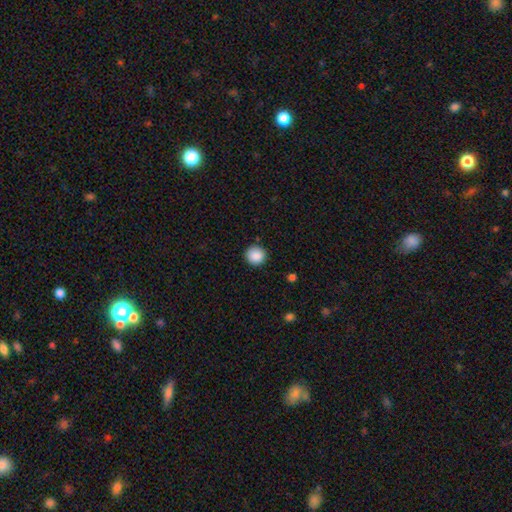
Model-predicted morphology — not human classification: Q: Smooth or featured?
A: smooth (88%); runner-up: star or artifact (9%)
Q: How rounded?
A: round (93%); runner-up: in between (6%)
Q: Merging?
A: none (90%); runner-up: minor disturbance (7%)